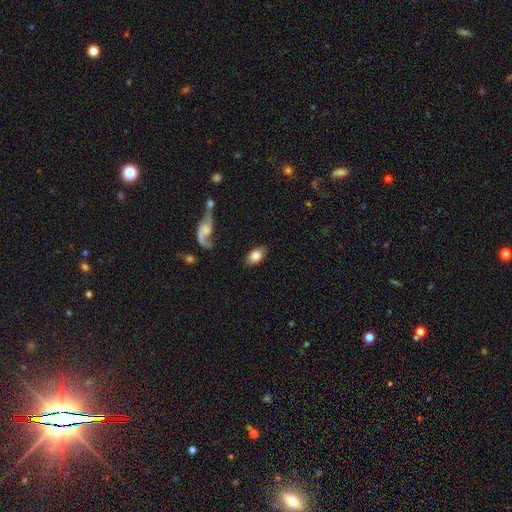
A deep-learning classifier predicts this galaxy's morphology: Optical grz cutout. It shows a smooth galaxy with no disk features (77%) that is in between round and cigar-shaped (89%). Merging: none (78%).